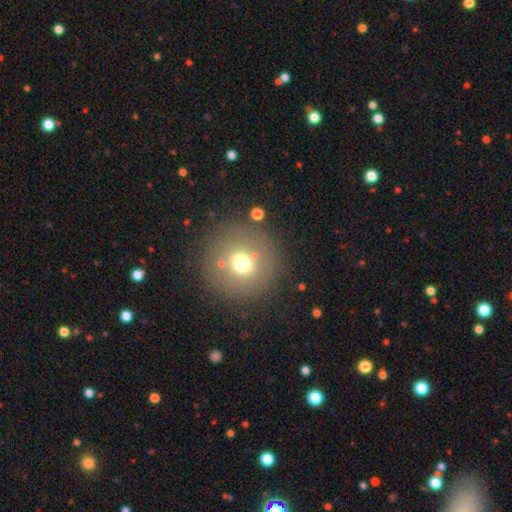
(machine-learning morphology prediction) type=smooth (66%); roundness=round (96%); merging=none (85%).